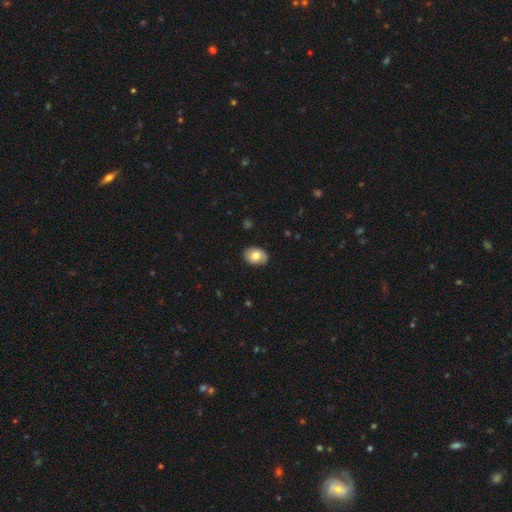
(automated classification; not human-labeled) Smooth or featured?
  - smooth: 74% *
  - featured or disk: 18%
  - star or artifact: 7%
How rounded?
  - in between: 74% *
  - round: 25%
  - cigar-shaped: 1%
Merging?
  - none: 81% *
  - minor disturbance: 15%
  - major disturbance: 3%
  - merger: 1%